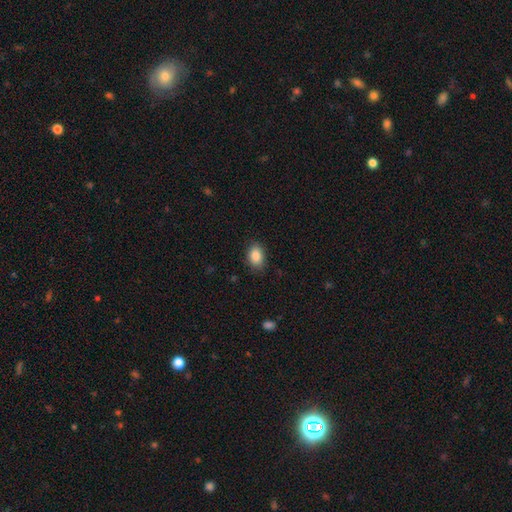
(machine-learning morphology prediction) Smooth or featured? Predicted: smooth (p=0.88). How rounded? Predicted: in between (p=0.81). Merging? Predicted: none (p=0.84).